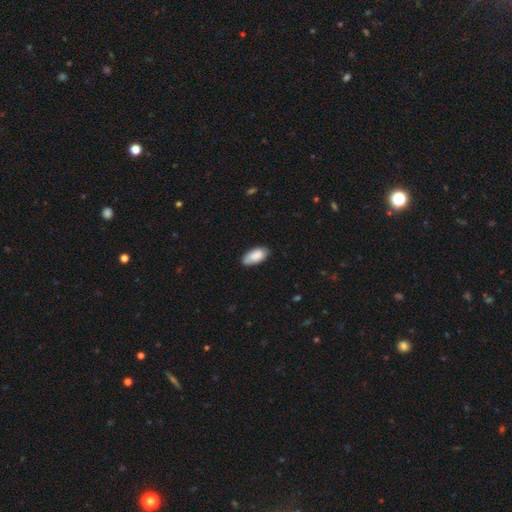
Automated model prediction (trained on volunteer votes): smooth_or_featured: smooth (p=0.84) [alt: featured or disk p=0.10]
how_rounded: in between (p=0.93) [alt: cigar-shaped p=0.05]
merging: none (p=0.75) [alt: minor disturbance p=0.20]